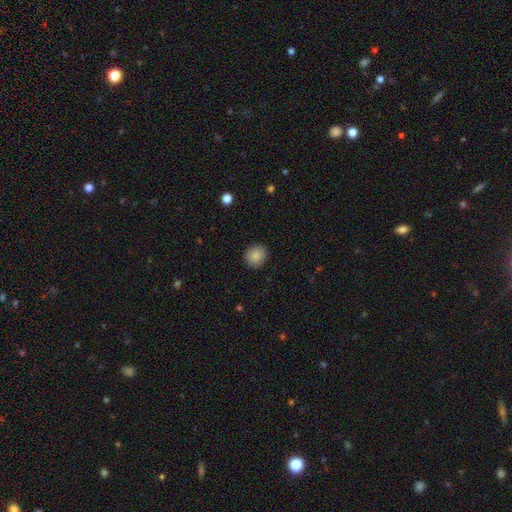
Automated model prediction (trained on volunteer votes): This appears to be a smooth galaxy with no disk features (88%) that is round (81%). Merging: none (88%).